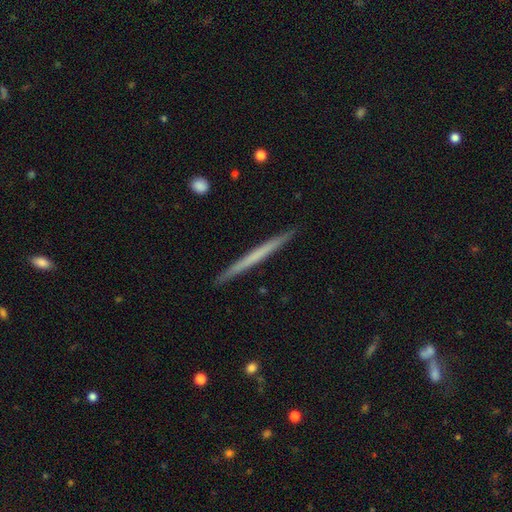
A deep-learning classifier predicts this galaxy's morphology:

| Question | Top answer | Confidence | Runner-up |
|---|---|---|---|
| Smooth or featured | smooth | 49% | featured or disk (45%) |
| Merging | none | 92% | minor disturbance (6%) |